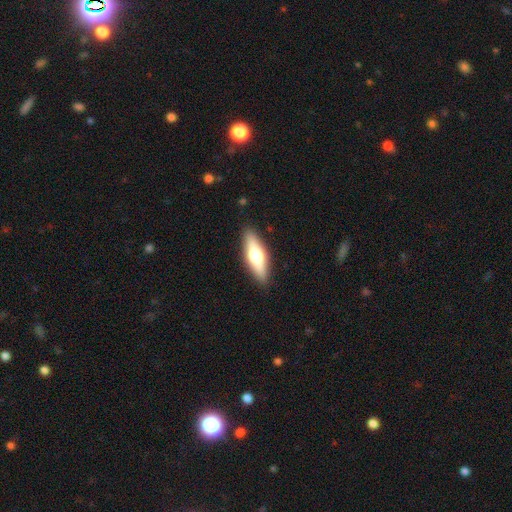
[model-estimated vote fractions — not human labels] Smooth or featured?
  - smooth: 51% *
  - featured or disk: 43%
  - star or artifact: 6%
How rounded?
  - cigar-shaped: 51% *
  - in between: 47%
  - round: 2%
Merging?
  - none: 89% *
  - minor disturbance: 8%
  - major disturbance: 2%
  - merger: 1%